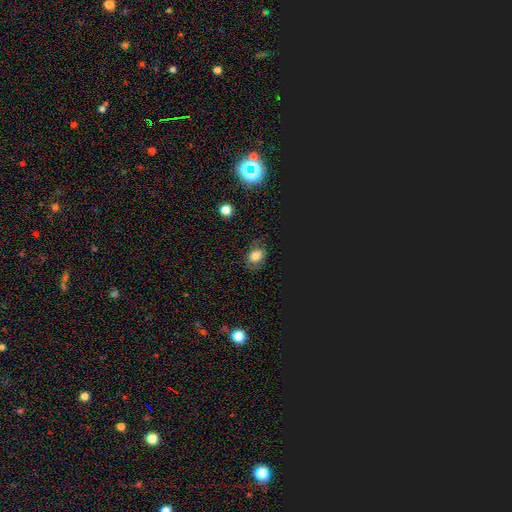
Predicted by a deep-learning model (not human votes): smooth_or_featured: smooth (p=0.60) [alt: star or artifact p=0.23]
how_rounded: in between (p=0.67) [alt: round p=0.31]
merging: none (p=0.74) [alt: minor disturbance p=0.18]